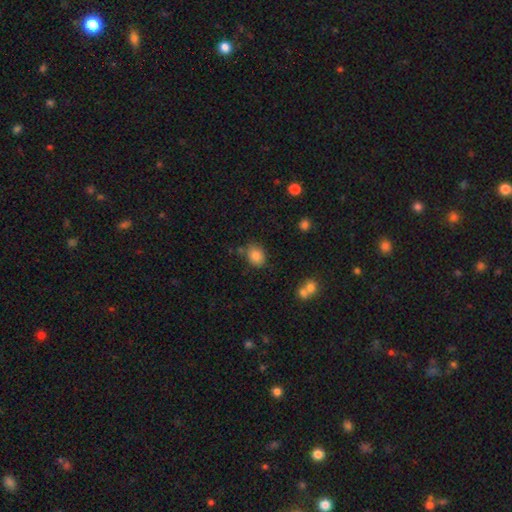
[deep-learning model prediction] The model was most divided on "how rounded": in between: 56%, round: 43%, cigar-shaped: 1%. More confident: smooth or featured — smooth (82%); merging — none (73%).